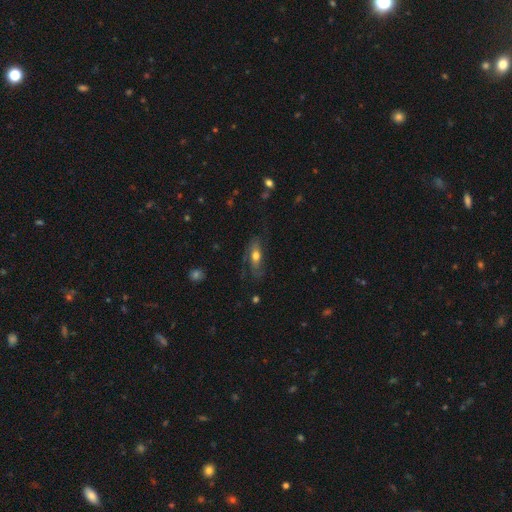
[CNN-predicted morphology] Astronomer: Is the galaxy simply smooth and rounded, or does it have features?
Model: featured or disk — 46%, tied with smooth at 46%.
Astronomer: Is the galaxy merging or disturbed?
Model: none — 60%.